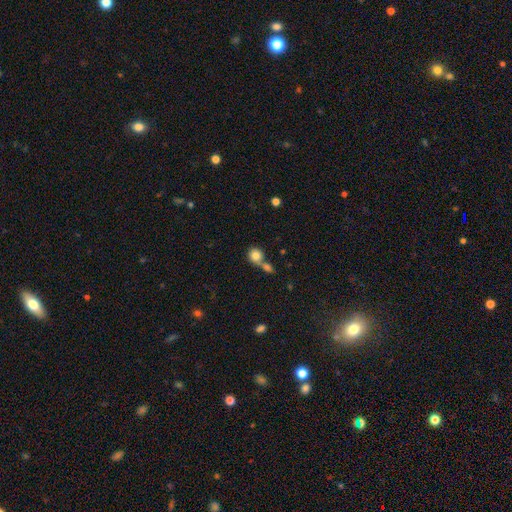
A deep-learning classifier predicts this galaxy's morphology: type=smooth (82%); roundness=round (85%); merging=none (45%).